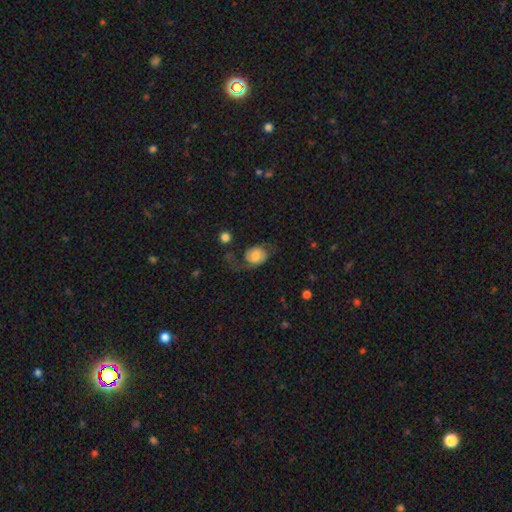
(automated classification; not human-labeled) Q: Smooth or featured?
A: smooth (52%); runner-up: featured or disk (40%)
Q: How rounded?
A: in between (52%); runner-up: round (47%)
Q: Merging?
A: none (41%); runner-up: major disturbance (31%)